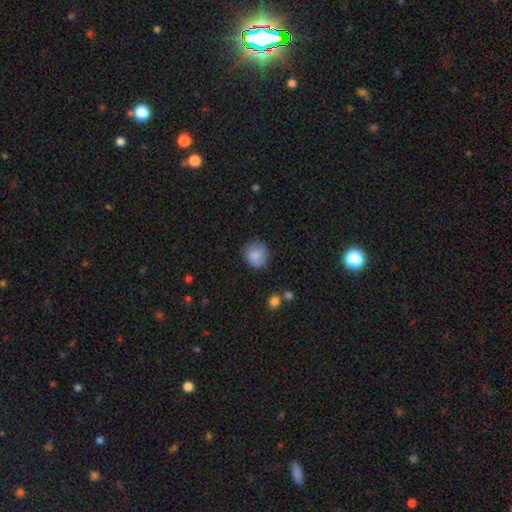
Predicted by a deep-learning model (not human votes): Smooth or featured? smooth (84%)
How rounded? round (84%)
Merging? none (74%)